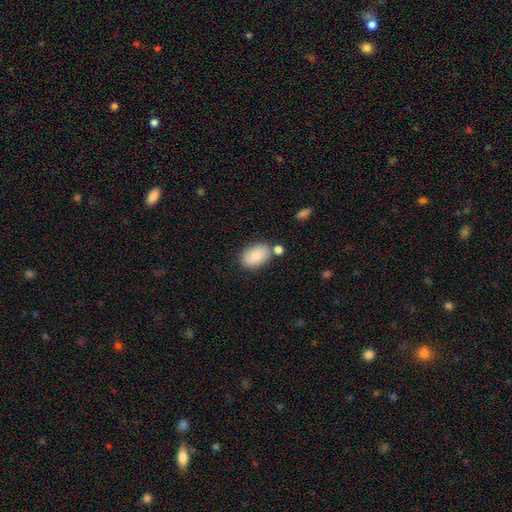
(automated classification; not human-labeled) A smooth galaxy with no disk features (86%) that is in between round and cigar-shaped (90%). Merging: none (71%).